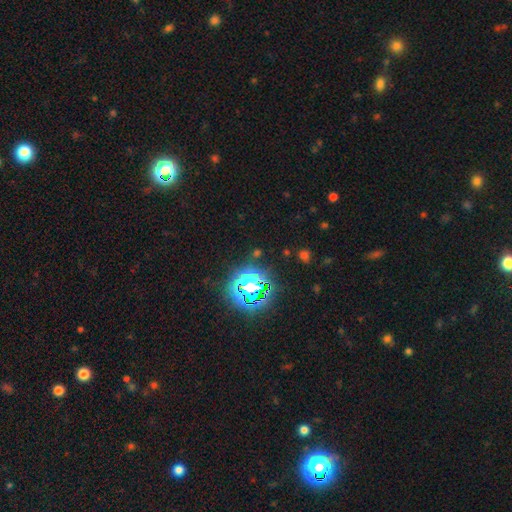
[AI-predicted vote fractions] smooth-or-featured: star or artifact: 72% | smooth: 20% | featured or disk: 8%